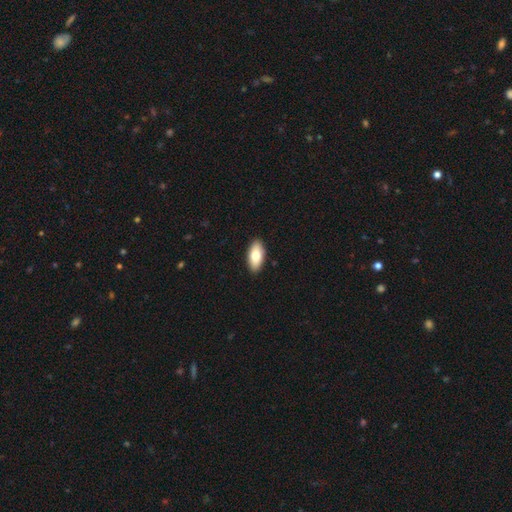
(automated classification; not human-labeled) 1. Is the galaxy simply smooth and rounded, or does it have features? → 78% smooth, 16% featured or disk, 6% star or artifact.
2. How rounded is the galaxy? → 91% in between, 6% cigar-shaped, 3% round.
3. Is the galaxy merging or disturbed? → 91% none, 7% minor disturbance, 2% major disturbance, 1% merger.